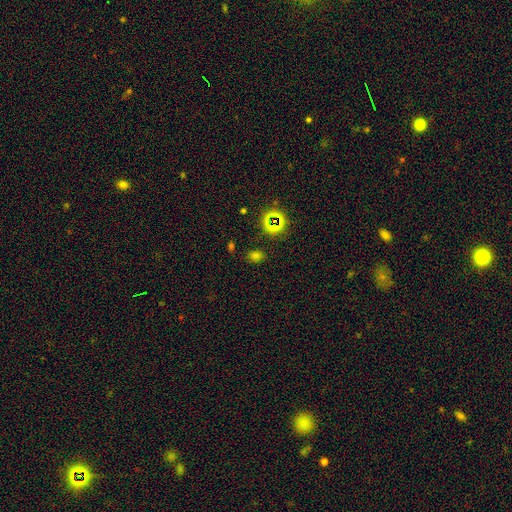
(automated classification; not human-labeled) Morphology: type=smooth (52%); roundness=in between (55%); merging=none (81%).